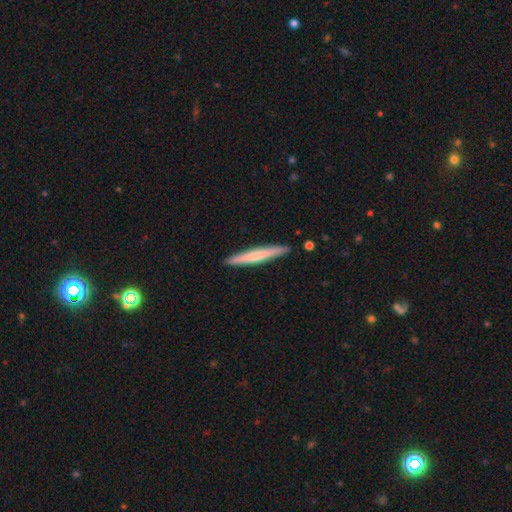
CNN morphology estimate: featured or disk 48%, smooth 44%, star or artifact 8%. Down the decision tree: merging — none (89%).